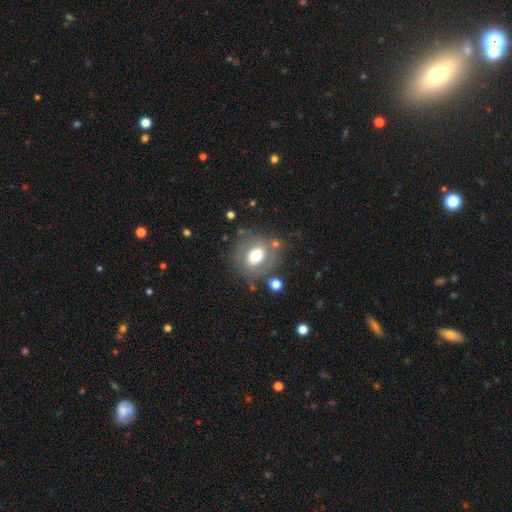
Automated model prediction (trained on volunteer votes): This appears to be a smooth galaxy with no disk features (59%) that is round (67%). Merging: none (68%).